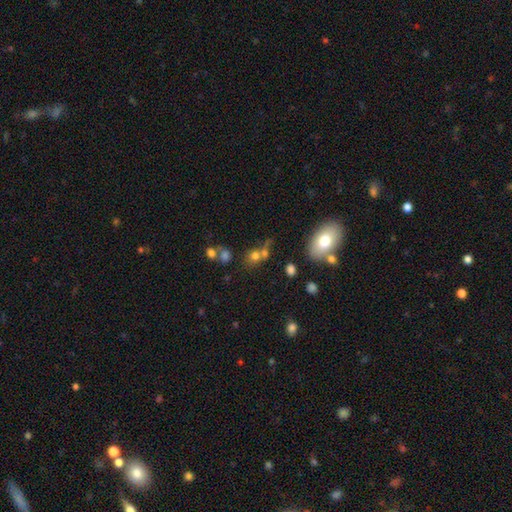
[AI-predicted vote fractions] The model was most divided on "merging": none: 43%, merger: 42%, minor disturbance: 10%, major disturbance: 6%. More confident: how rounded — round (74%); smooth or featured — smooth (70%).